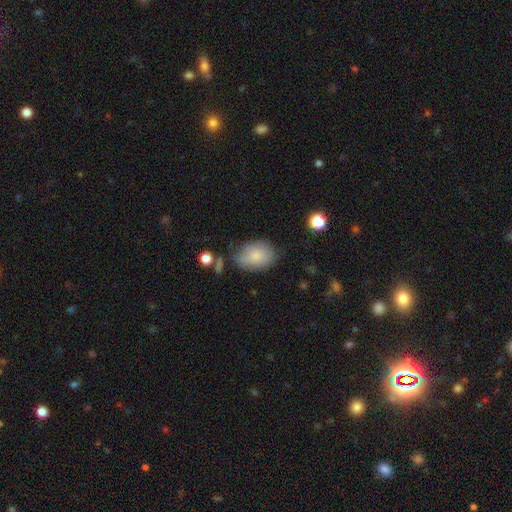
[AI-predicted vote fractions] Morphology: type=smooth (81%); roundness=in between (76%); merging=none (64%).